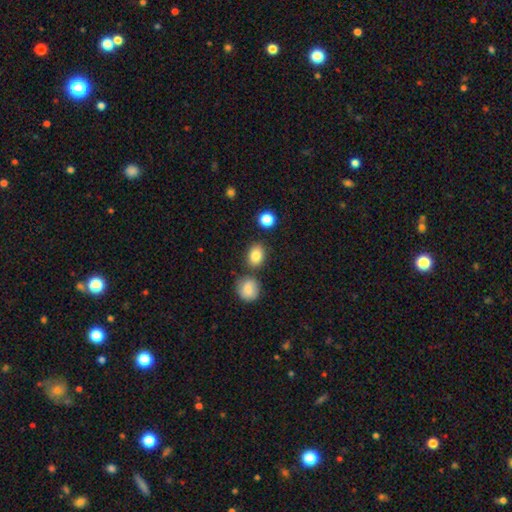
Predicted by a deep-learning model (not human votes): The model was most divided on "how rounded": in between: 63%, round: 36%, cigar-shaped: 1%. More confident: smooth or featured — smooth (84%); merging — none (77%).